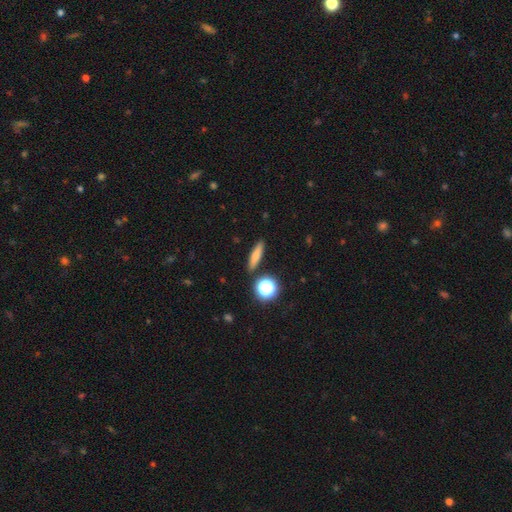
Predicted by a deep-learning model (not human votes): The model was most divided on "how rounded": cigar-shaped: 70%, in between: 21%, round: 9%. More confident: merging — none (87%); smooth or featured — smooth (71%).